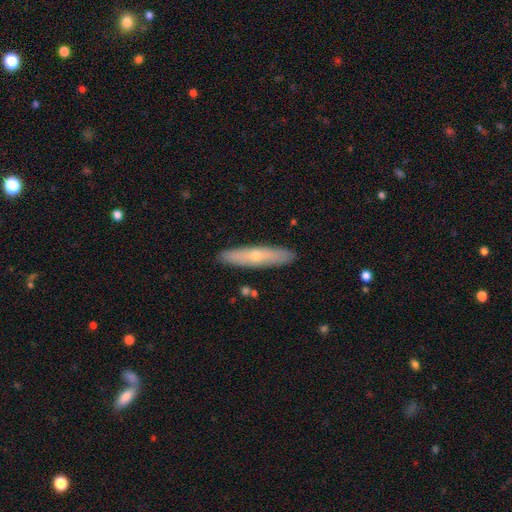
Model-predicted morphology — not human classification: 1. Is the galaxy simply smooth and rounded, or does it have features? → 50% smooth, 44% featured or disk, 6% star or artifact.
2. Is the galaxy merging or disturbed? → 89% none, 8% minor disturbance, 2% major disturbance, 1% merger.